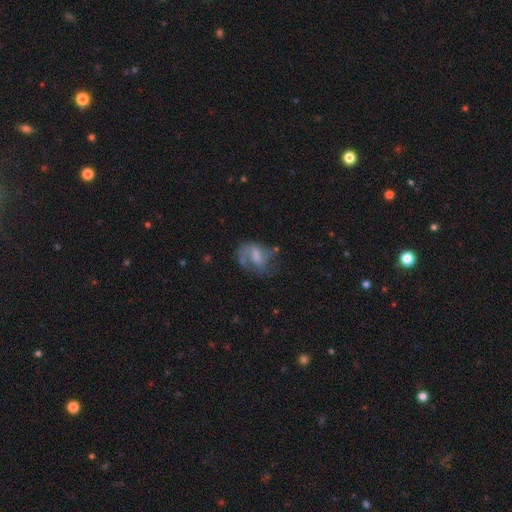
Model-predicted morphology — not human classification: Smooth or featured: featured or disk — 55% (smooth — 36%)
Edge-on disk: no — 96% (yes — 4%)
Bar: weak — 50% (no — 30%)
Spiral arms: yes — 68% (no — 32%)
Bulge size: moderate — 37% (small — 30%)
Merging: none — 42% (major disturbance — 27%)